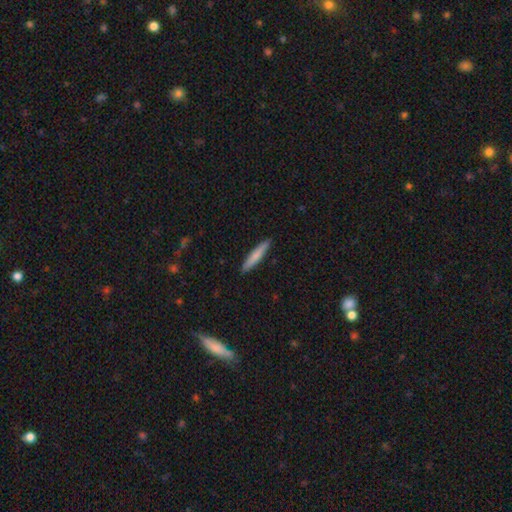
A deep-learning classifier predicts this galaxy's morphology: A smooth galaxy with no disk features (74%) that is cigar-shaped (93%).

Vote fractions:
- Smooth or featured? smooth: 74% / featured or disk: 20% / star or artifact: 5%
- How rounded? cigar-shaped: 93% / in between: 6% / round: 1%
- Merging? none: 91% / minor disturbance: 7% / major disturbance: 1% / merger: 1%